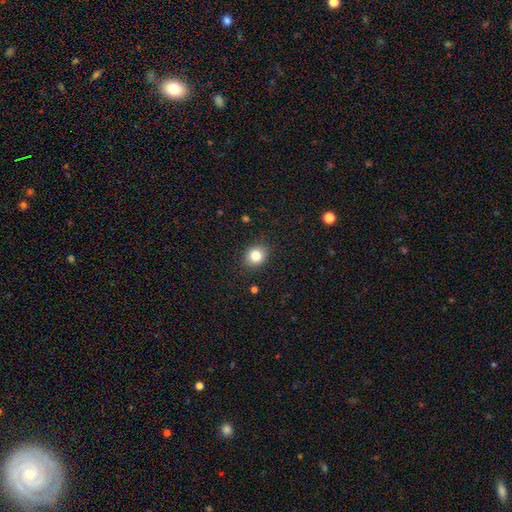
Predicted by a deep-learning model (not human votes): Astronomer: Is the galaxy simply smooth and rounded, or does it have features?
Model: smooth — 82%.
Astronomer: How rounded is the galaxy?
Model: round — 63%.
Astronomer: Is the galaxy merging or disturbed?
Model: none — 88%.